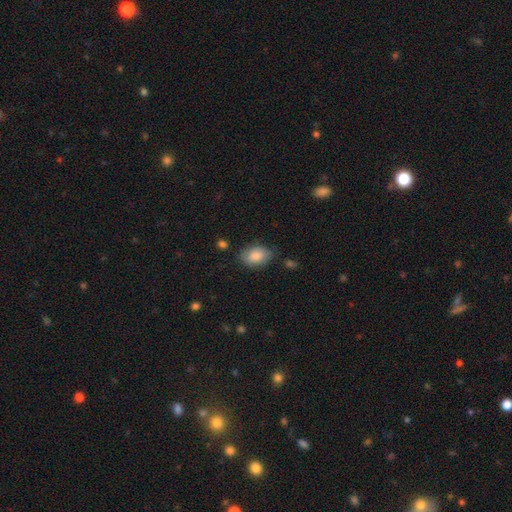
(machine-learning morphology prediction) This appears to be a smooth galaxy with no disk features (85%) that is in between round and cigar-shaped (85%). Merging: none (75%).